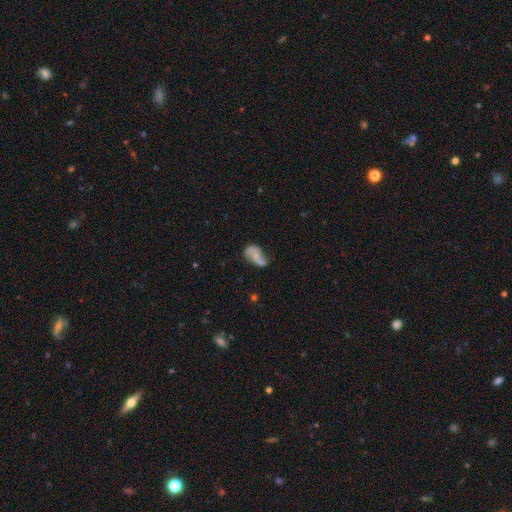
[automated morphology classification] Overall: featured or disk (65%; smooth 27%). Edge-on disk: no (97%). Bar: no (62%; weak 30%). Spiral arms: yes (85%). Spiral arm count: 2 (82%). Spiral winding: loose (67%). Bulge size: small (44%; none 39%). Merging: none (46%; minor disturbance 26%).